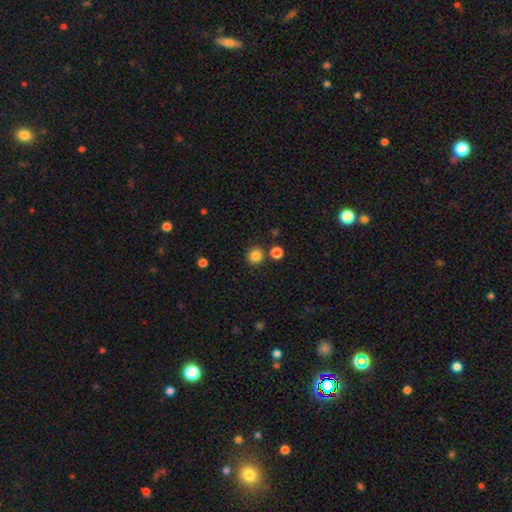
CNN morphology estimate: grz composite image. It shows a smooth galaxy with no disk features (84%) that is round (92%). Merging: none (85%).